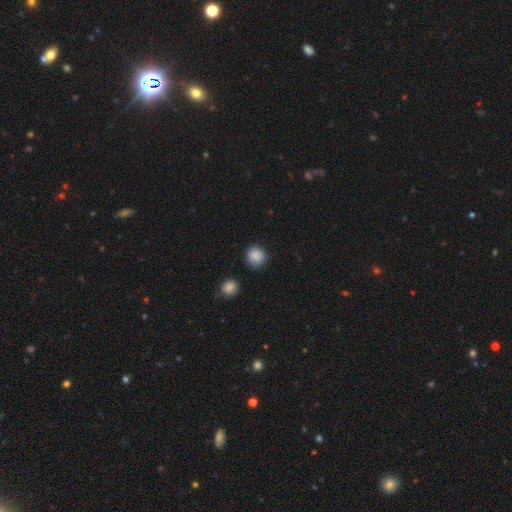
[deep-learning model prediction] smooth_or_featured: smooth (p=0.88) [alt: star or artifact p=0.09]
how_rounded: round (p=0.92) [alt: in between p=0.07]
merging: none (p=0.87) [alt: minor disturbance p=0.08]